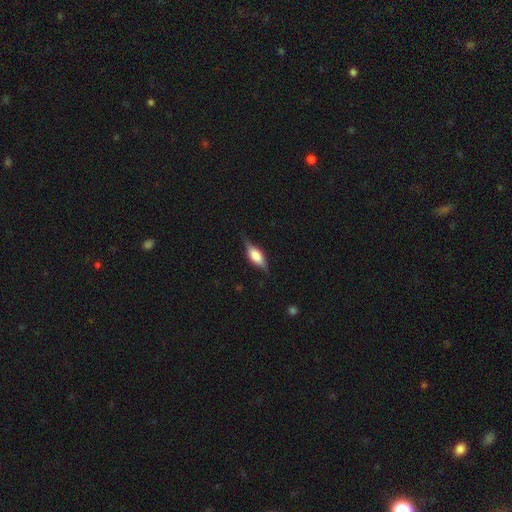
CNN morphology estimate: This appears to be a smooth galaxy with no disk features (48%). Merging: none (74%).